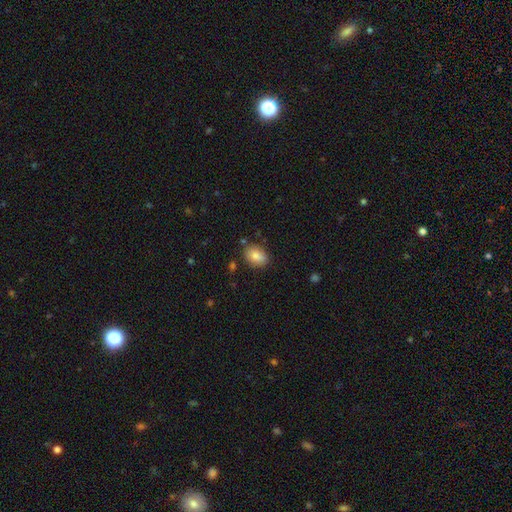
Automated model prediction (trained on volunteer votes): A smooth galaxy with no disk features (83%) that is in between round and cigar-shaped (76%). Merging: none (80%).